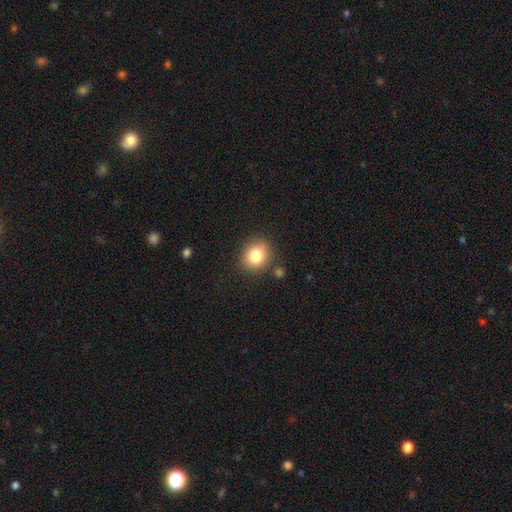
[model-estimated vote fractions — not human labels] Smooth or featured? smooth (81%)
How rounded? round (72%)
Merging? none (82%)